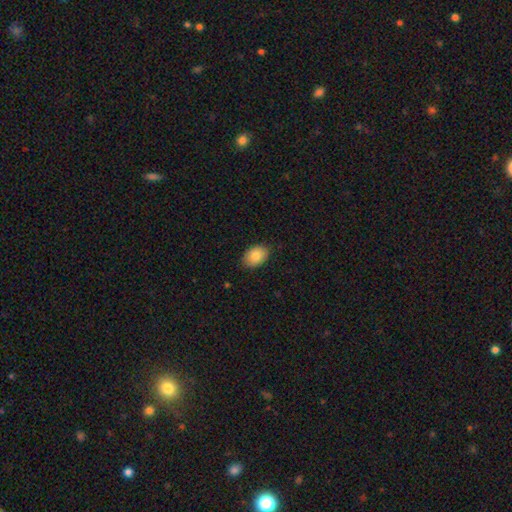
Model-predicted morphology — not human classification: smooth-or-featured: smooth: 84% | featured or disk: 9% | star or artifact: 7%
  how-rounded: in between: 85% | round: 14% | cigar-shaped: 1%
  merging: none: 85% | minor disturbance: 12% | major disturbance: 2% | merger: 1%